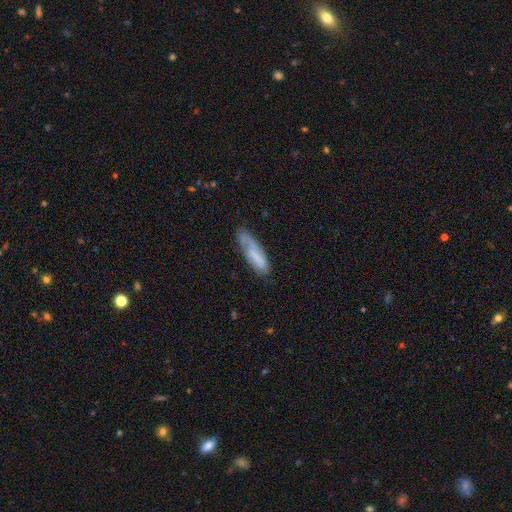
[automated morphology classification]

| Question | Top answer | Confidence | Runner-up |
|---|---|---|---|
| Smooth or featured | smooth | 62% | featured or disk (30%) |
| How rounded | cigar-shaped | 61% | in between (37%) |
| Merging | none | 49% | minor disturbance (32%) |